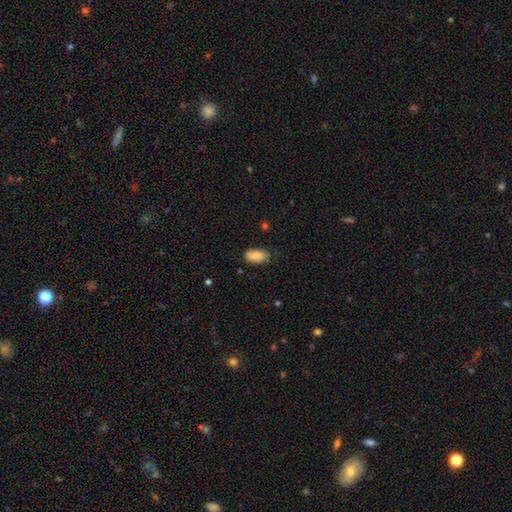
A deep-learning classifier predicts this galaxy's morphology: This appears to be a smooth galaxy with no disk features (81%) that is in between round and cigar-shaped (93%). Merging: none (66%).